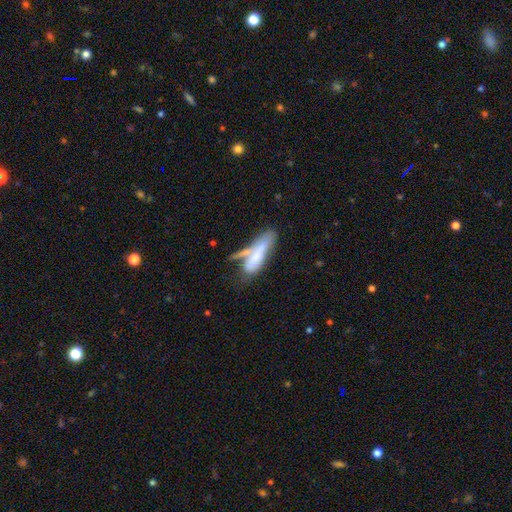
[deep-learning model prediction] This is likely a smooth galaxy (66%). How rounded: possibly cigar-shaped (59%). Merging: marginally merger (36%).